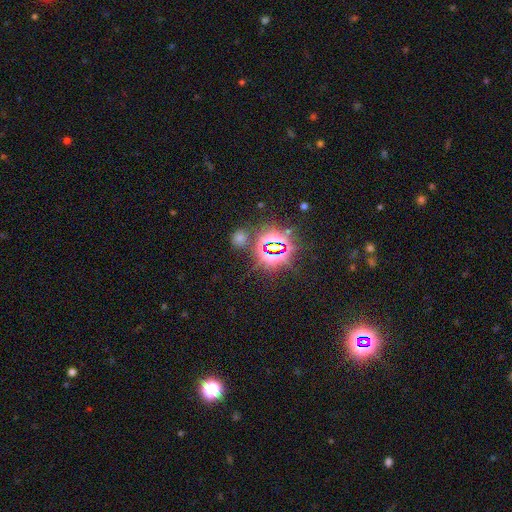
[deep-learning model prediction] Overall: star or artifact (78%).